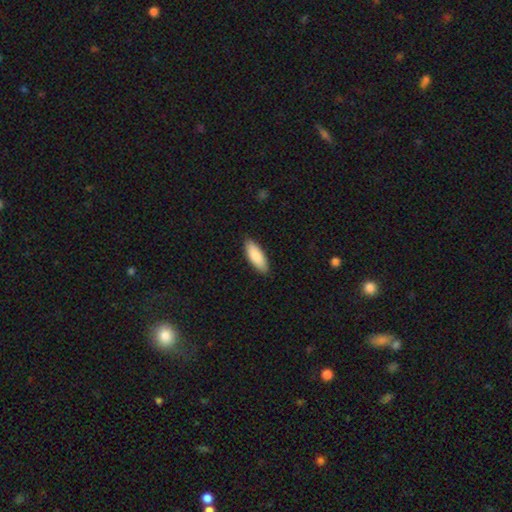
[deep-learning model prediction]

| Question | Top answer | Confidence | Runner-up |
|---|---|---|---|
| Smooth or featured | smooth | 87% | featured or disk (8%) |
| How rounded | in between | 70% | cigar-shaped (28%) |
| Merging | none | 88% | minor disturbance (10%) |